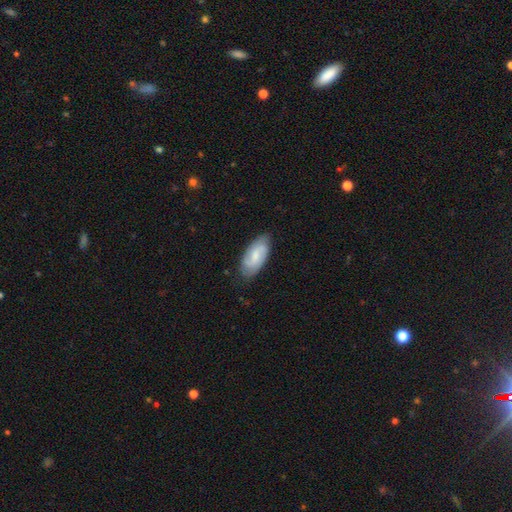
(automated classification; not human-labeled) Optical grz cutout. It shows a featured or disk galaxy (59%) with a weak bar (53%), 2 (75%) medium (45%) spiral arms (92%) and a small central bulge (44%). Merging: none (79%).